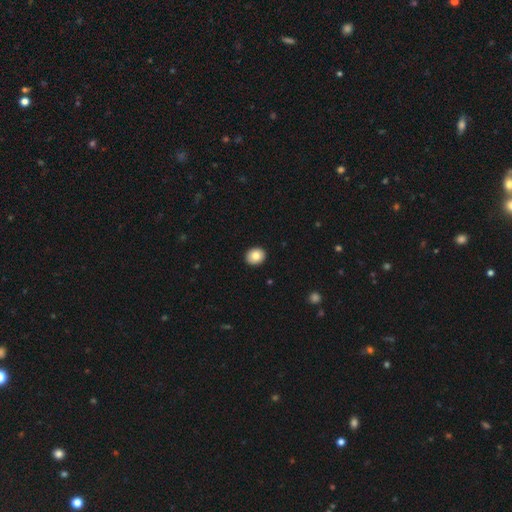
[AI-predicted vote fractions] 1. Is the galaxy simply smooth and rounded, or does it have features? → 83% smooth, 9% featured or disk, 8% star or artifact.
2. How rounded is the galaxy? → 67% round, 32% in between, 1% cigar-shaped.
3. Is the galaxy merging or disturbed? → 92% none, 6% minor disturbance, 1% major disturbance, 1% merger.